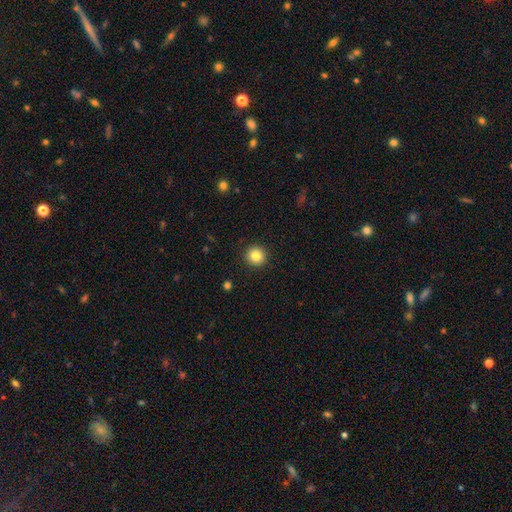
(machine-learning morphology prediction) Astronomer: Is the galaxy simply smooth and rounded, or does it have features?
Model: smooth — 84%.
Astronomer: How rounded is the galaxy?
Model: round — 94%.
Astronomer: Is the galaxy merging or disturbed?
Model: none — 92%.